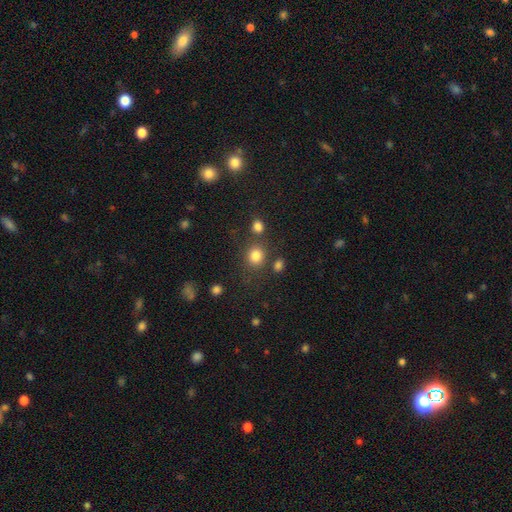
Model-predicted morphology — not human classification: Q: Smooth or featured?
A: smooth (81%); runner-up: star or artifact (13%)
Q: How rounded?
A: round (76%); runner-up: in between (23%)
Q: Merging?
A: none (72%); runner-up: merger (12%)